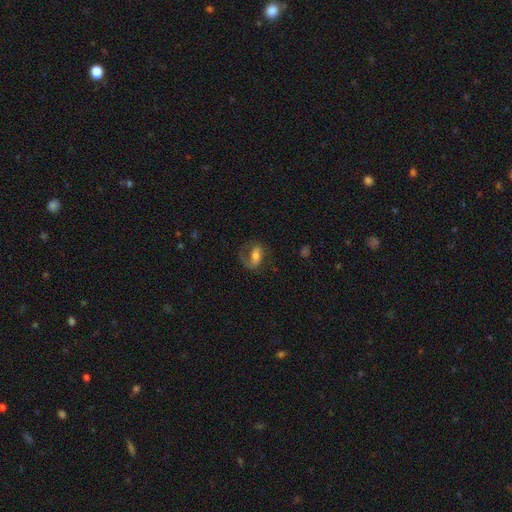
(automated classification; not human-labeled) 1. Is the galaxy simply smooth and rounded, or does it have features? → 56% featured or disk, 37% smooth, 8% star or artifact.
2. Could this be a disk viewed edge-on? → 93% no, 7% yes.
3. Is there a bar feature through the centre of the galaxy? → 35% strong, 34% weak, 32% no.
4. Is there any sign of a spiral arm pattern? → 76% yes, 24% no.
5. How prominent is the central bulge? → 58% moderate, 25% small, 12% large, 3% none, 2% dominant.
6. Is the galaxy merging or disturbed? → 53% none, 25% major disturbance, 19% minor disturbance, 2% merger.